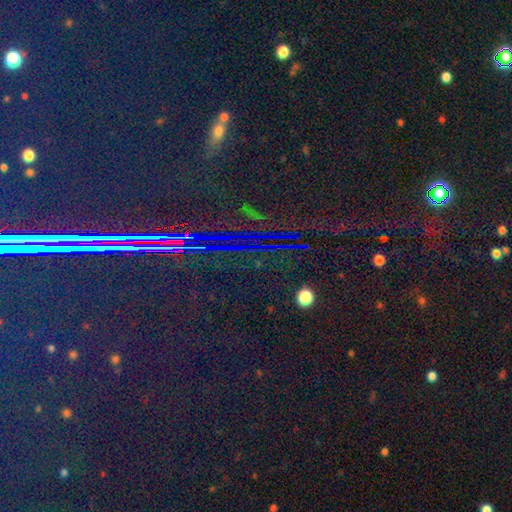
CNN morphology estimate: A star or artifact, not a galaxy (84%).

Vote fractions:
- Smooth or featured? star or artifact: 84% / smooth: 8% / featured or disk: 8%